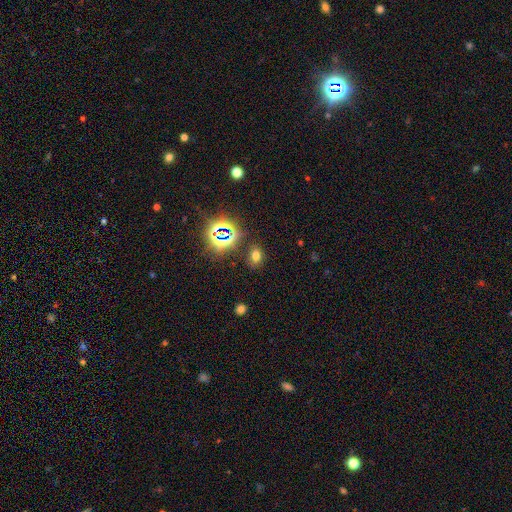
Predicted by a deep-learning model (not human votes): Smooth or featured: smooth — 59% (star or artifact — 32%)
How rounded: in between — 76% (round — 22%)
Merging: none — 81% (minor disturbance — 11%)